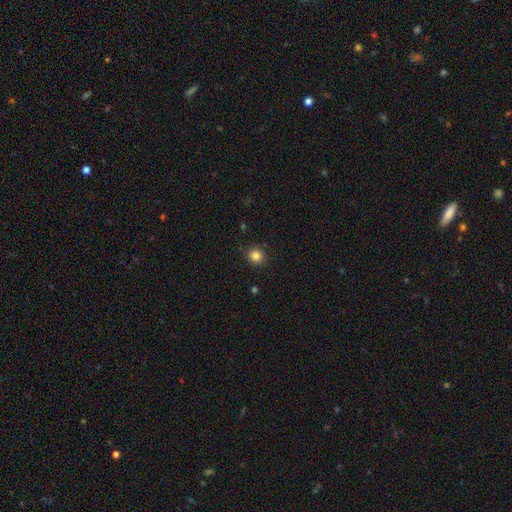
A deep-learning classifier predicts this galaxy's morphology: This appears to be a smooth galaxy with no disk features (84%) that is round (88%). Merging: none (89%).